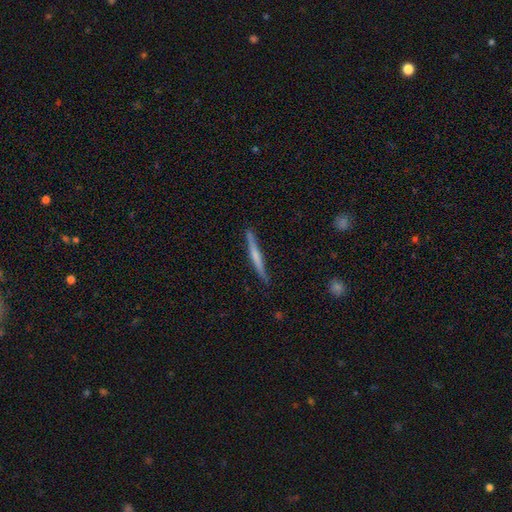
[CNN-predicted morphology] type=featured or disk (53%); edge-on=yes (97%); edge-on bulge=none (51%); merging=none (88%).